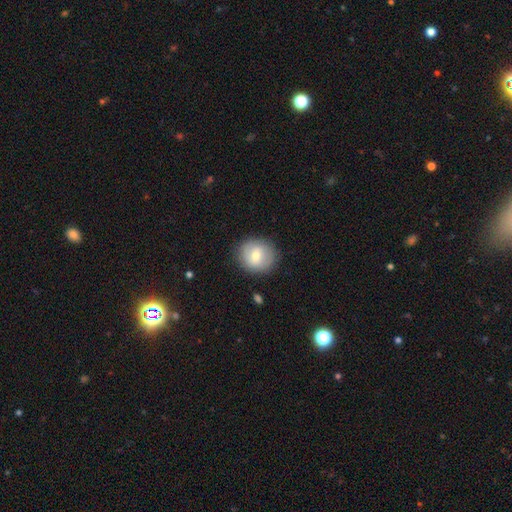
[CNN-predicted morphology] Smooth or featured?
  - smooth: 70% *
  - featured or disk: 23%
  - star or artifact: 8%
How rounded?
  - round: 82% *
  - in between: 17%
  - cigar-shaped: 1%
Merging?
  - none: 85% *
  - minor disturbance: 10%
  - major disturbance: 3%
  - merger: 1%